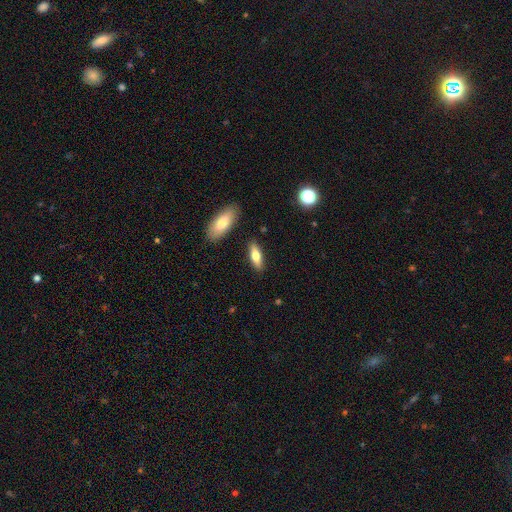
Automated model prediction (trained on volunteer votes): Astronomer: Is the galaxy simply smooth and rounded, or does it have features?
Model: smooth — 65%.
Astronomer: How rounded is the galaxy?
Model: in between — 56% (runner-up: cigar-shaped, 41%).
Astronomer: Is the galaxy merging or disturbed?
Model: none — 86%.